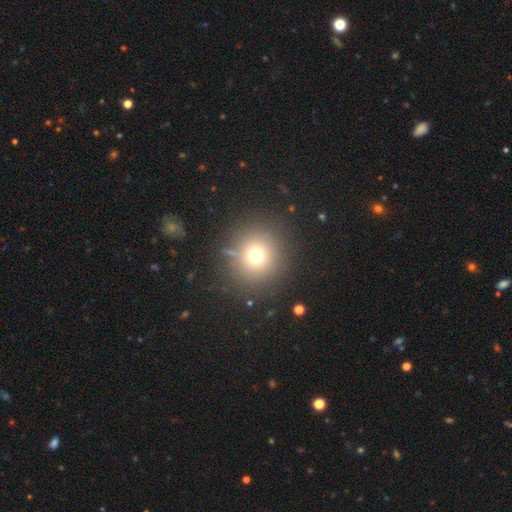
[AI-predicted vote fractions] This is likely a smooth galaxy (69%). How rounded: clearly round (92%). Merging: clearly none (85%).